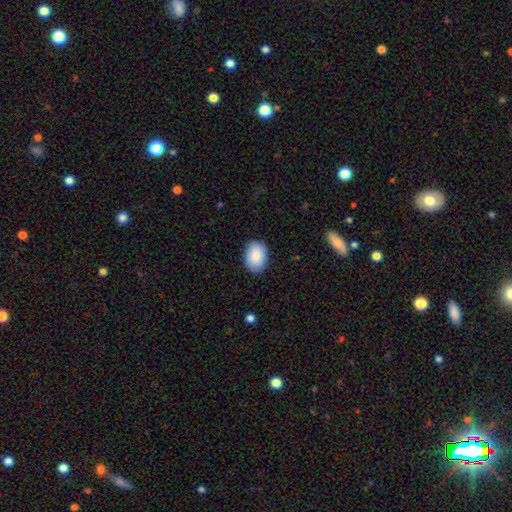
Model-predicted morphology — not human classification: A smooth galaxy with no disk features (88%) that is in between round and cigar-shaped (76%).

Vote fractions:
- Smooth or featured? smooth: 88% / star or artifact: 6% / featured or disk: 5%
- How rounded? in between: 76% / round: 23% / cigar-shaped: 1%
- Merging? none: 86% / minor disturbance: 11% / major disturbance: 2% / merger: 1%